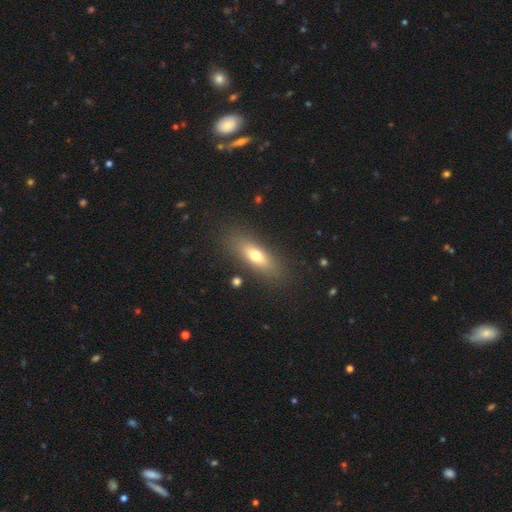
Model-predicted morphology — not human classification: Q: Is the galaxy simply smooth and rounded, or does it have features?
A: smooth — 66%.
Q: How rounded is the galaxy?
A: in between — 54%.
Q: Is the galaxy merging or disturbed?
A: none — 84%.